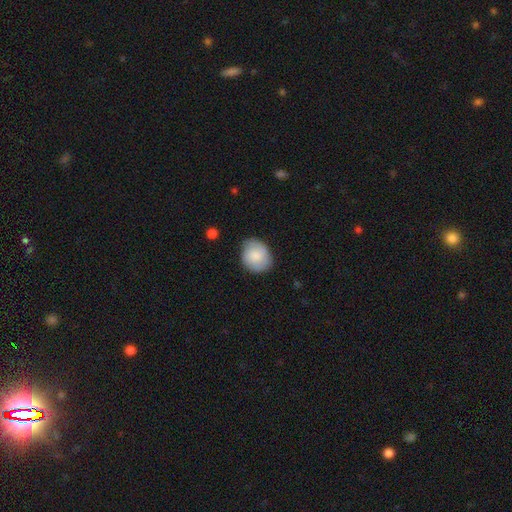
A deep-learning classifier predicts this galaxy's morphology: smooth_or_featured: smooth (p=0.77) [alt: featured or disk p=0.16]
how_rounded: round (p=0.64) [alt: in between p=0.35]
merging: none (p=0.76) [alt: minor disturbance p=0.19]